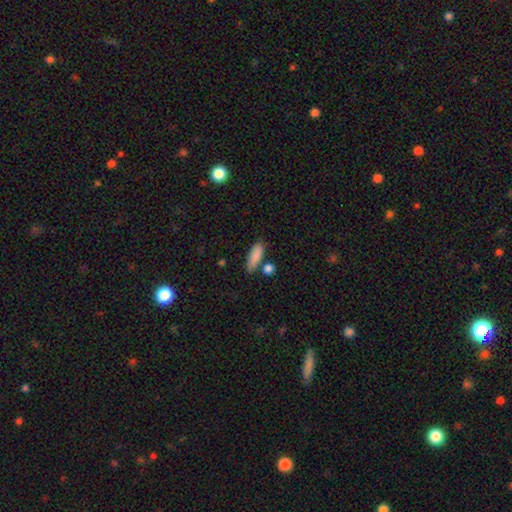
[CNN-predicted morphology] The model was most divided on "how rounded": in between: 60%, cigar-shaped: 37%, round: 3%. More confident: smooth or featured — smooth (86%); merging — none (67%).